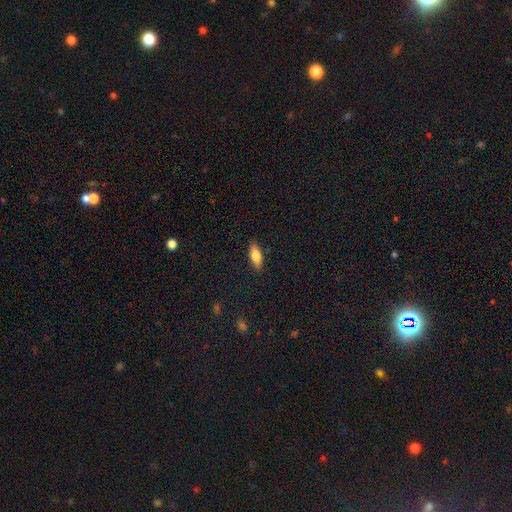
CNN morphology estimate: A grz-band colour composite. It shows a smooth galaxy with no disk features (73%) that is in between round and cigar-shaped (68%). Merging: none (88%).